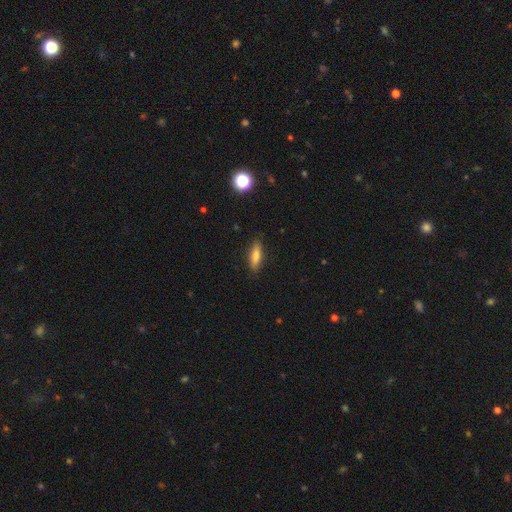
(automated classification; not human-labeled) A smooth galaxy with no disk features (74%) that is cigar-shaped (54%). Merging: none (87%).